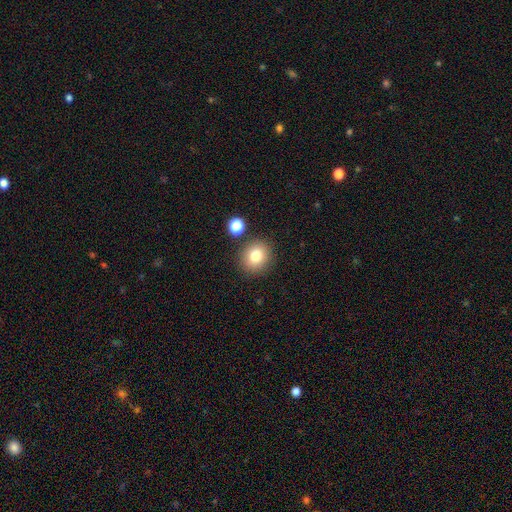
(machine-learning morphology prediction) smooth 80%, star or artifact 11%, featured or disk 9%. Down the decision tree: how rounded — round (83%); merging — none (83%).